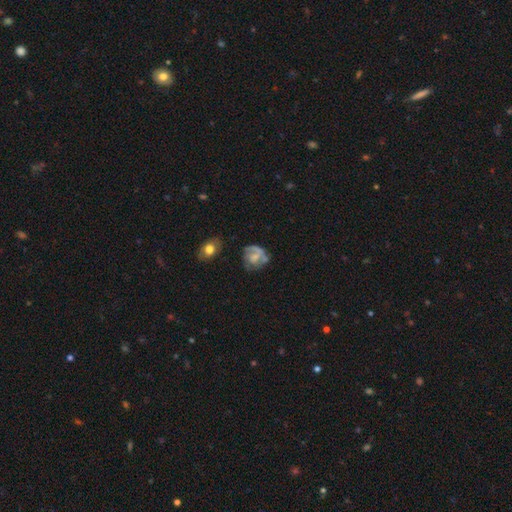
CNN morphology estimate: Smooth or featured: featured or disk — 55% (smooth — 36%)
Edge-on disk: no — 97% (yes — 3%)
Bar: no — 69% (weak — 26%)
Spiral arms: yes — 64% (no — 36%)
Bulge size: none — 33% (moderate — 31%)
Merging: none — 46% (minor disturbance — 24%)